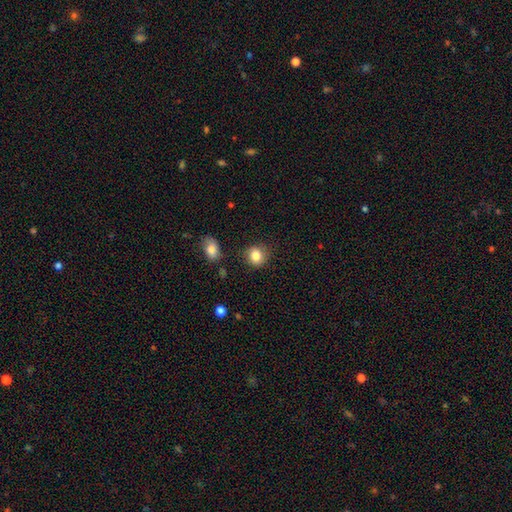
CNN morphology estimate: A smooth galaxy with no disk features (83%) that is round (75%). Merging: none (81%).